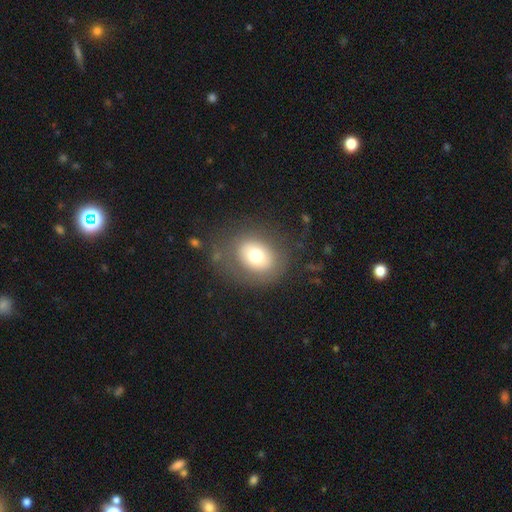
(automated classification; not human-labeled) A smooth galaxy with no disk features (69%) that is round (56%). Merging: none (71%).